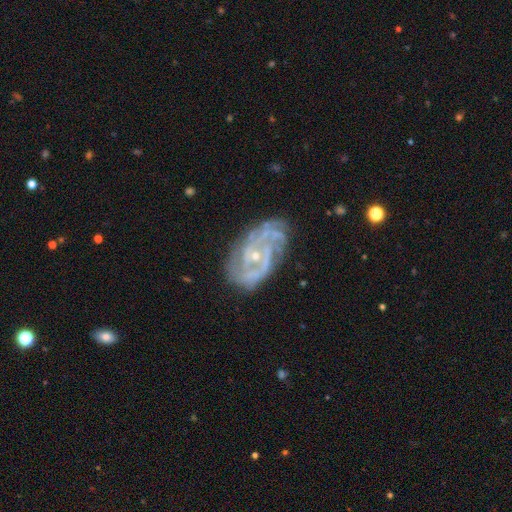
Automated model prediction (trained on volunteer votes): Smooth or featured?
  - featured or disk: 88% *
  - star or artifact: 6%
  - smooth: 6%
Edge-on disk?
  - no: 97% *
  - yes: 3%
Bar?
  - no: 56% *
  - weak: 33%
  - strong: 11%
Spiral arms?
  - yes: 97% *
  - no: 3%
Spiral winding?
  - tight: 54% *
  - medium: 38%
  - loose: 9%
Spiral arm count?
  - 2: 26% * (tied)
  - 3: 26% * (tied)
  - can't tell: 21%
  - 4: 14%
  - more than 4: 7%
  - 1: 6%
Bulge size?
  - small: 72% *
  - moderate: 24%
  - none: 2%
  - large: 1%
  - dominant: 1%
Merging?
  - none: 70% *
  - minor disturbance: 20%
  - major disturbance: 8%
  - merger: 2%